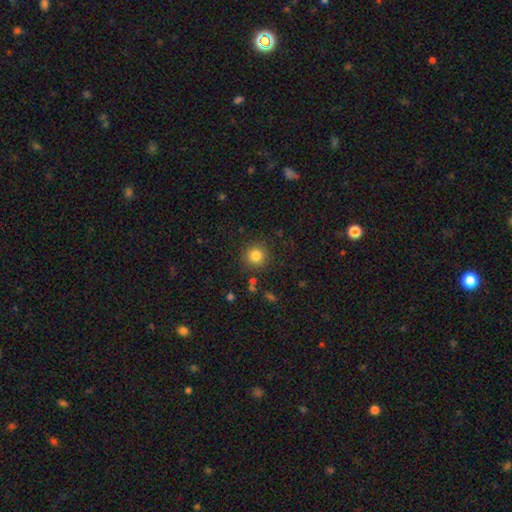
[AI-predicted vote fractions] Overall: smooth (83%). How rounded: round (93%). Merging: none (87%).